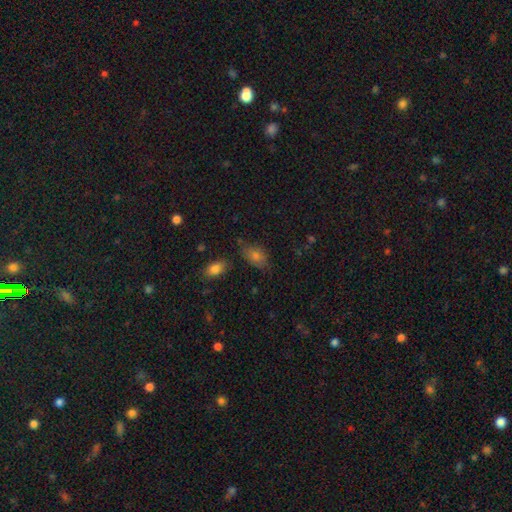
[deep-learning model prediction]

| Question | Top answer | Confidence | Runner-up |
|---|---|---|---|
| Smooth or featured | smooth | 70% | star or artifact (16%) |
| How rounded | in between | 84% | round (14%) |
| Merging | none | 68% | minor disturbance (22%) |